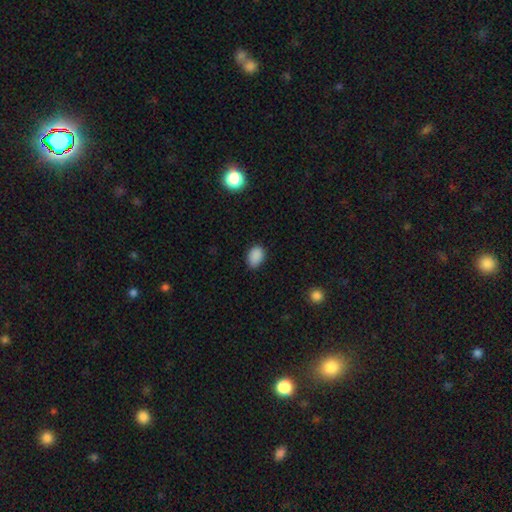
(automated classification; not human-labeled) smooth_or_featured: smooth (p=0.88) [alt: star or artifact p=0.09]
how_rounded: in between (p=0.83) [alt: round p=0.16]
merging: none (p=0.78) [alt: minor disturbance p=0.18]